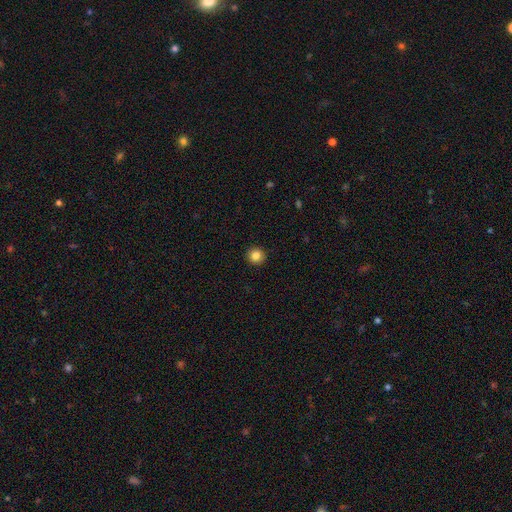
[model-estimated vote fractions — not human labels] This appears to be a smooth galaxy with no disk features (85%) that is round (95%). Merging: none (93%).